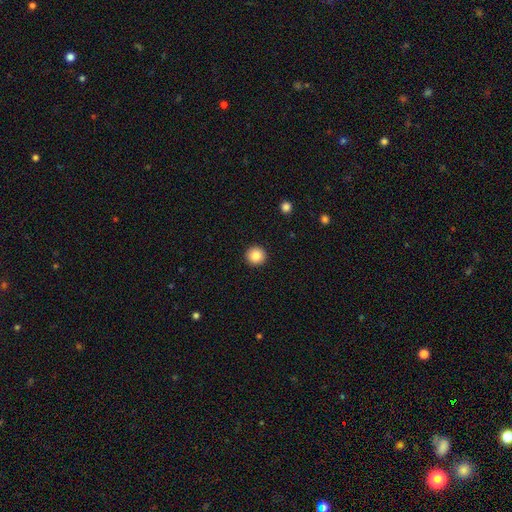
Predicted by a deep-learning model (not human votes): Q: Smooth or featured?
A: smooth (85%); runner-up: star or artifact (10%)
Q: How rounded?
A: round (96%); runner-up: in between (4%)
Q: Merging?
A: none (93%); runner-up: minor disturbance (4%)